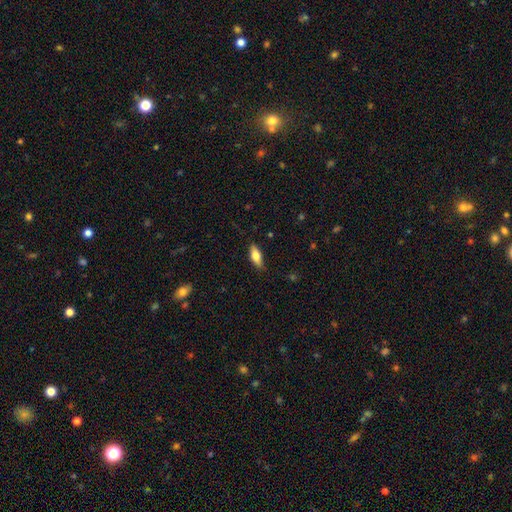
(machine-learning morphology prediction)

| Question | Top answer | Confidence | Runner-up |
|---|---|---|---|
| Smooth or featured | smooth | 71% | featured or disk (22%) |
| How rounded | in between | 73% | cigar-shaped (24%) |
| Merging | none | 81% | minor disturbance (15%) |